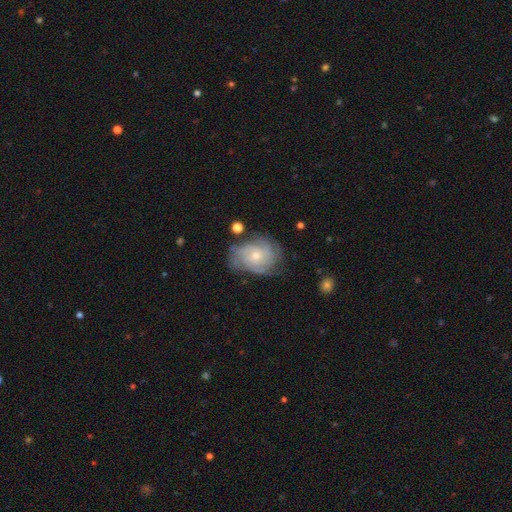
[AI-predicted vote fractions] Morphology: type=featured or disk (79%); edge-on=no (97%); bar=no (77%); spiral arms=yes (94%); winding=tight (60%); arm count=can't tell (33%); bulge=small (61%); merging=none (67%).